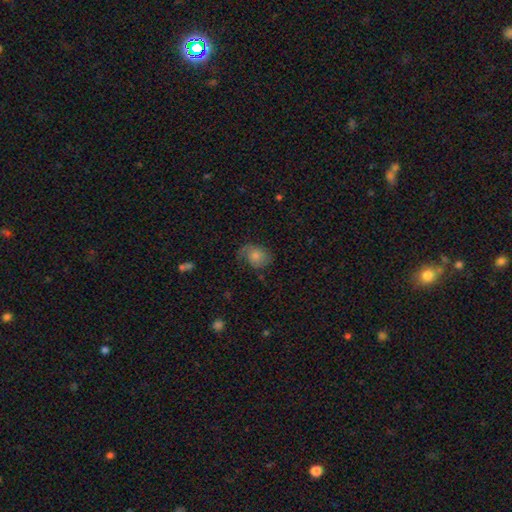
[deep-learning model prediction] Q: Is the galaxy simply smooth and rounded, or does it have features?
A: smooth — 50%.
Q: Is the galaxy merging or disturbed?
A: none — 47%.